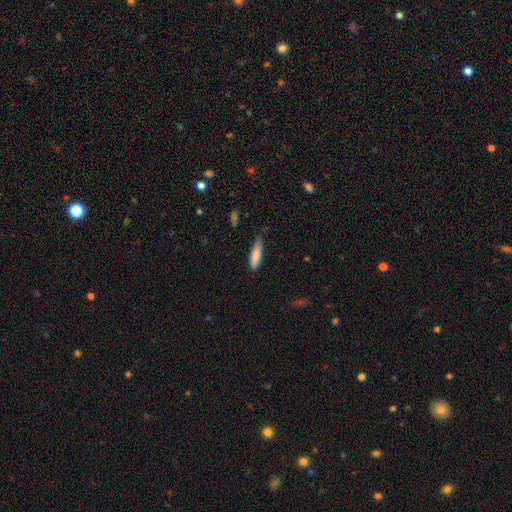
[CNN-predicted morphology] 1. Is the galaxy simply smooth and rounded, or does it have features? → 84% smooth, 10% featured or disk, 6% star or artifact.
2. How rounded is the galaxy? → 65% cigar-shaped, 33% in between, 1% round.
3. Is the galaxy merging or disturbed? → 63% none, 31% minor disturbance, 4% major disturbance, 2% merger.